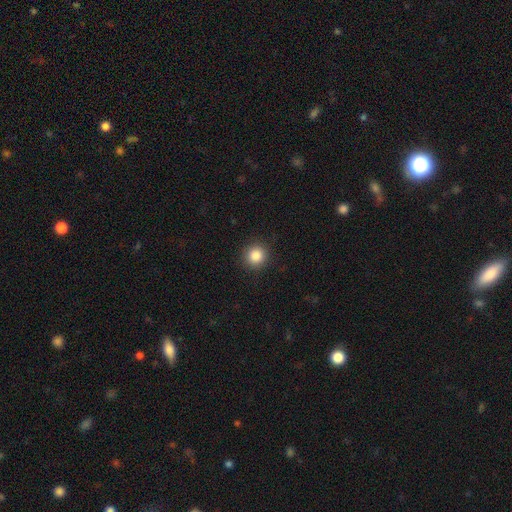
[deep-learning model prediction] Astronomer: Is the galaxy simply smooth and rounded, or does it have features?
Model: smooth — 85%.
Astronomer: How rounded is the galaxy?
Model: round — 93%.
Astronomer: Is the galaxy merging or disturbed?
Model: none — 92%.